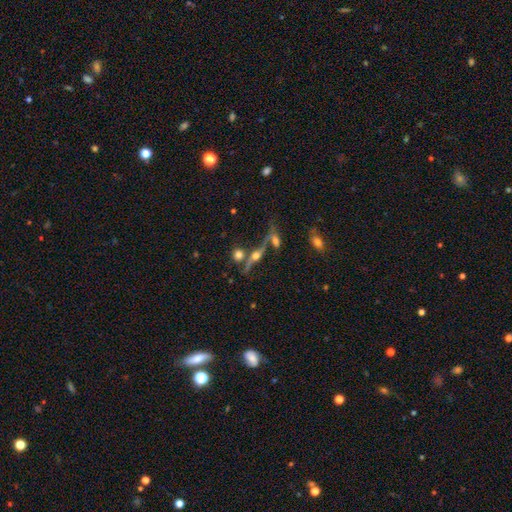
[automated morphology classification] Smooth or featured?
  - featured or disk: 75% *
  - smooth: 14%
  - star or artifact: 10%
Edge-on disk?
  - yes: 89% *
  - no: 11%
Edge-on bulge?
  - rounded: 96% *
  - boxy: 2%
  - none: 2%
Merging?
  - none: 68% *
  - merger: 15%
  - minor disturbance: 12%
  - major disturbance: 5%